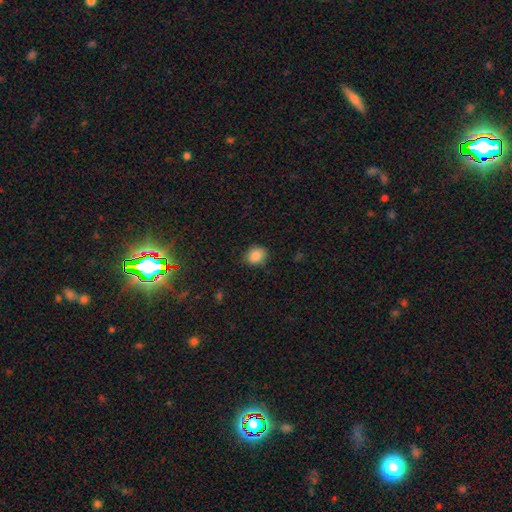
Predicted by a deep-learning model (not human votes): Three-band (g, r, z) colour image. It shows a smooth galaxy with no disk features (86%) that is round (57%). Merging: none (84%).